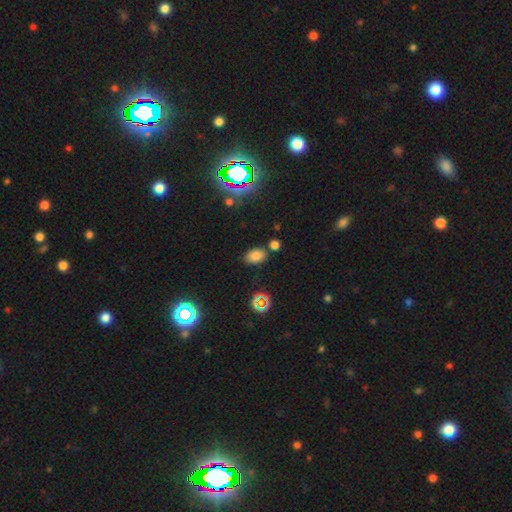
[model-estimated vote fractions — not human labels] This is likely a smooth galaxy (73%). How rounded: clearly in between (85%). Merging: likely none (78%).